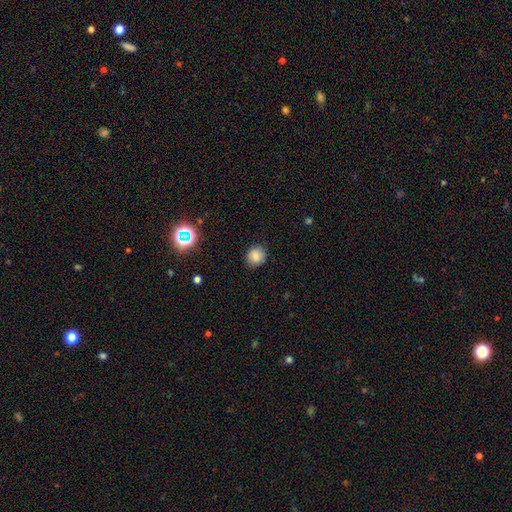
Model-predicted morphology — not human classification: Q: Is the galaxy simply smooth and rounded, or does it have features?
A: smooth — 82%.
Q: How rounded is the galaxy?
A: round — 80%.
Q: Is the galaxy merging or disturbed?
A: none — 85%.